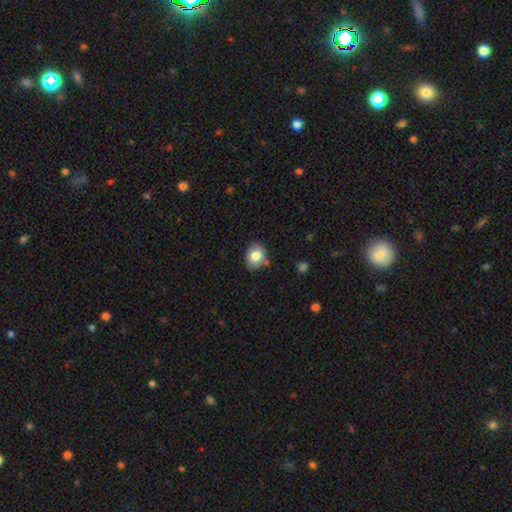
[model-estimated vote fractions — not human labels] A smooth galaxy with no disk features (80%) that is in between round and cigar-shaped (56%).

Vote fractions:
- Smooth or featured? smooth: 80% / featured or disk: 11% / star or artifact: 9%
- How rounded? in between: 56% / round: 43% / cigar-shaped: 1%
- Merging? none: 81% / minor disturbance: 13% / merger: 3% / major disturbance: 3%